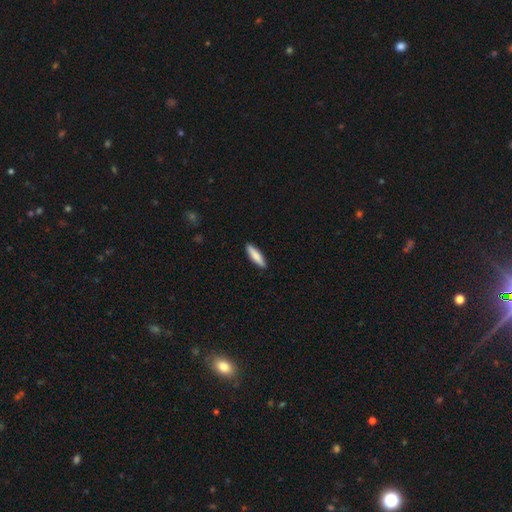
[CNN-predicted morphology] A smooth galaxy with no disk features (84%) that is cigar-shaped (70%). Merging: none (91%).